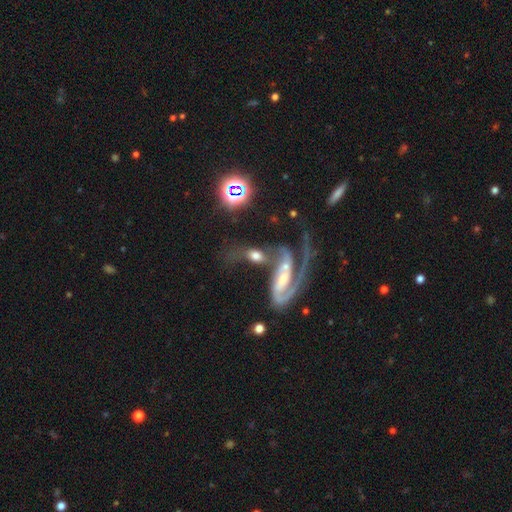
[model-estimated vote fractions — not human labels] smooth-or-featured: featured or disk: 47% | smooth: 42% | star or artifact: 12%
  merging: merger: 61% | none: 17% | major disturbance: 14% | minor disturbance: 8%